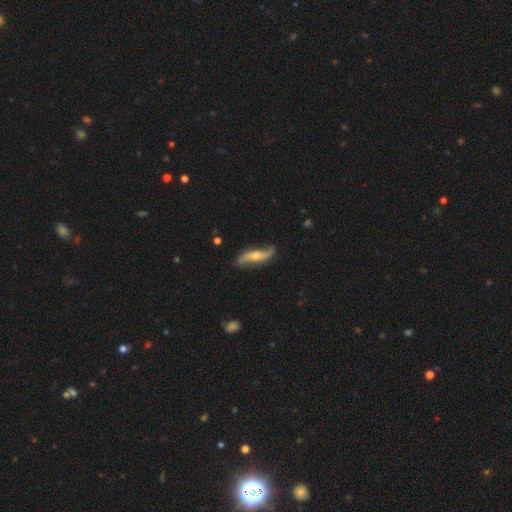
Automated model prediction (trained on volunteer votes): Smooth or featured? featured or disk (77%)
Edge-on disk? no (76%)
Bar? no (58%)
Spiral arms? yes (92%)
Spiral winding? loose (87%)
Spiral arm count? 2 (92%)
Bulge size? moderate (52%)
Merging? none (76%)